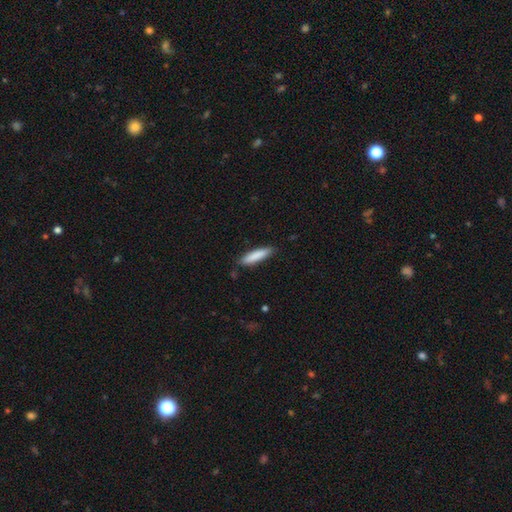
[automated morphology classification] The model was most divided on "how rounded": cigar-shaped: 78%, in between: 20%, round: 1%. More confident: smooth or featured — smooth (85%); merging — none (85%).